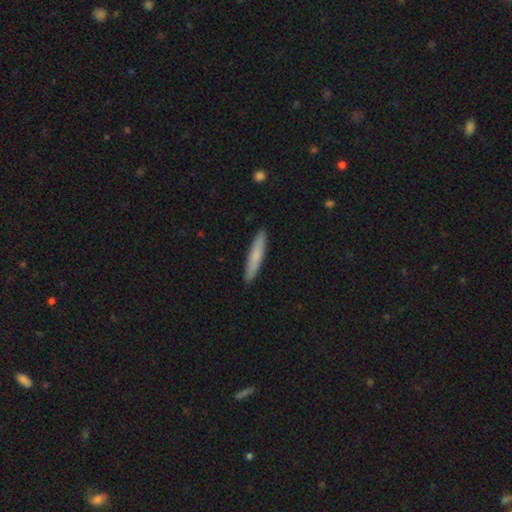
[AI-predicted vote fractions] Smooth or featured?
  - smooth: 75% *
  - featured or disk: 19%
  - star or artifact: 5%
How rounded?
  - cigar-shaped: 93% *
  - in between: 6%
  - round: 1%
Merging?
  - none: 92% *
  - minor disturbance: 6%
  - major disturbance: 1%
  - merger: 1%